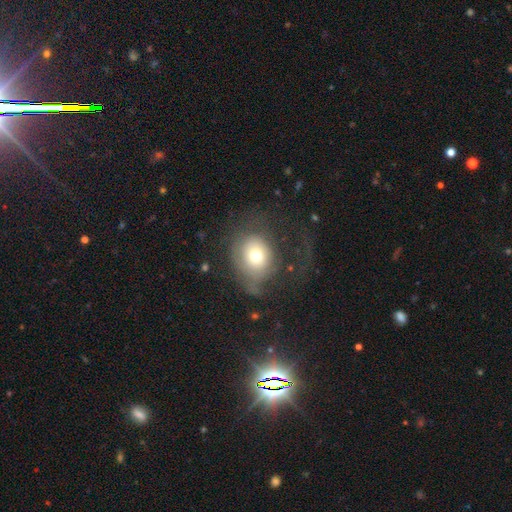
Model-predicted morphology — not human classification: Smooth or featured? smooth (63%)
How rounded? round (69%)
Merging? major disturbance (41%)